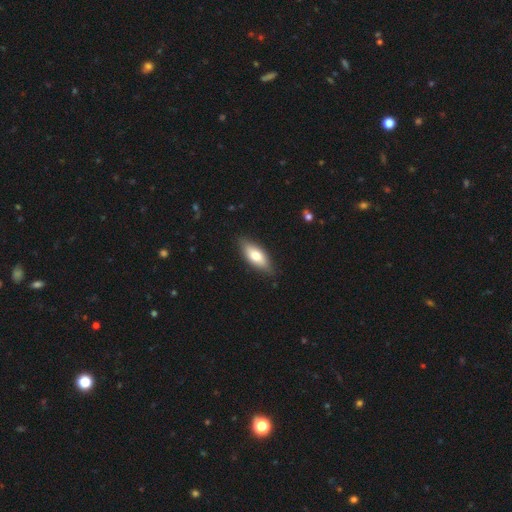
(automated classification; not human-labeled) Smooth or featured?
  - smooth: 70% *
  - featured or disk: 25%
  - star or artifact: 6%
How rounded?
  - in between: 76% *
  - cigar-shaped: 22%
  - round: 2%
Merging?
  - none: 83% *
  - minor disturbance: 13%
  - major disturbance: 2%
  - merger: 1%